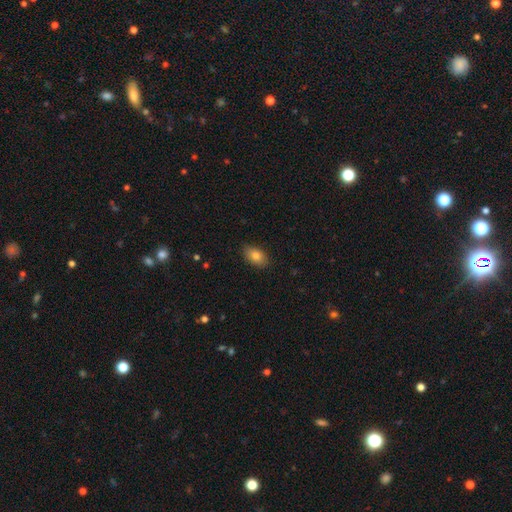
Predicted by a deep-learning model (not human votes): Overall: smooth (82%). How rounded: in between (90%). Merging: none (86%).